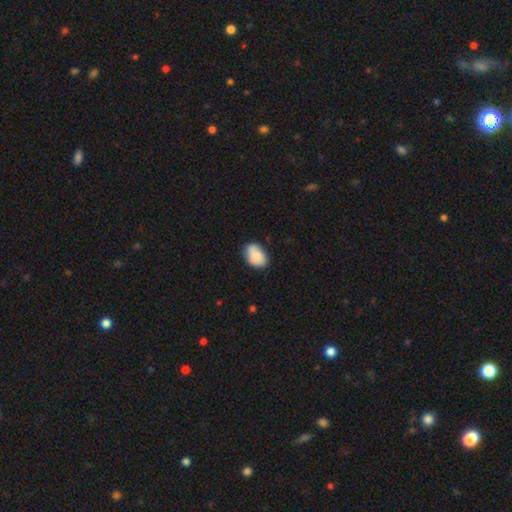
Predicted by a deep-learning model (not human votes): smooth_or_featured: smooth (p=0.72) [alt: featured or disk p=0.20]
how_rounded: in between (p=0.84) [alt: round p=0.15]
merging: none (p=0.65) [alt: minor disturbance p=0.24]